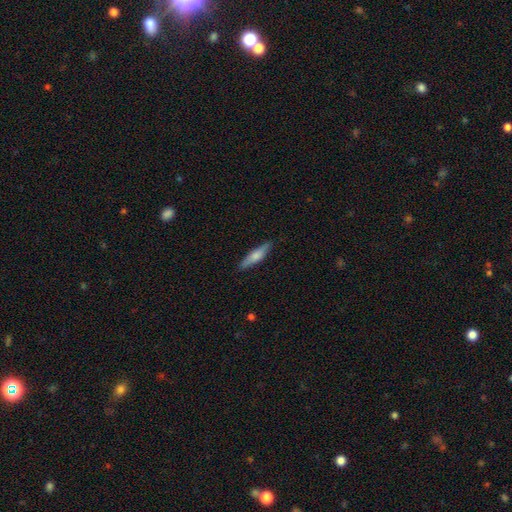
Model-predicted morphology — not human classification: Smooth or featured? smooth (60%)
How rounded? cigar-shaped (76%)
Merging? none (87%)